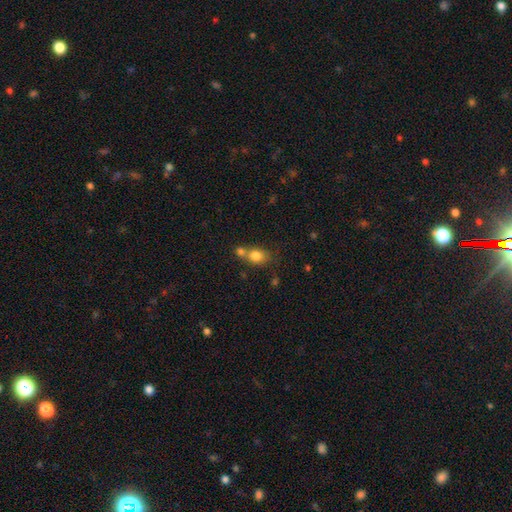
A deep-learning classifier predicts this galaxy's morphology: A smooth galaxy with no disk features (79%) that is round (49%, tied with in between).

Vote fractions:
- Smooth or featured? smooth: 79% / featured or disk: 11% / star or artifact: 11%
- How rounded? round: 49% (tied) / in between: 49% (tied) / cigar-shaped: 2%
- Merging? merger: 47% / none: 39% / minor disturbance: 10% / major disturbance: 4%